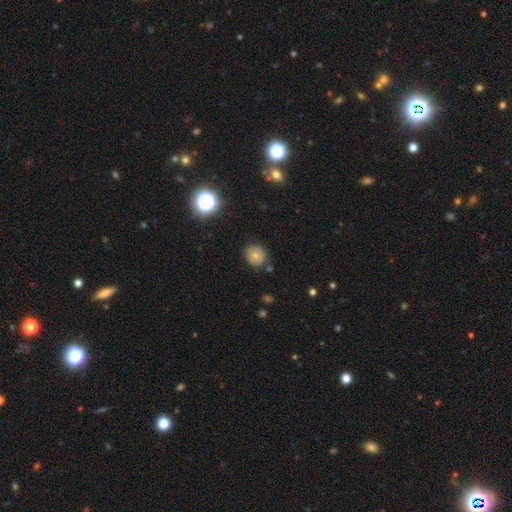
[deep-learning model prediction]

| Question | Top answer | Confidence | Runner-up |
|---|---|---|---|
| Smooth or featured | smooth | 70% | featured or disk (17%) |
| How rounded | round | 84% | in between (15%) |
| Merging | none | 77% | minor disturbance (17%) |